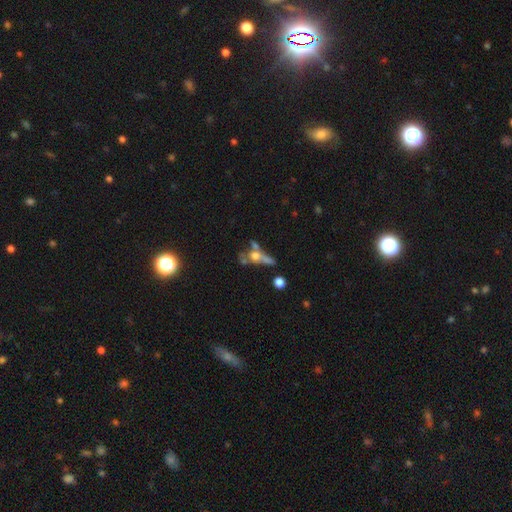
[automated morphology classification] A featured or disk galaxy (47%).

Vote fractions:
- Smooth or featured? featured or disk: 47% / smooth: 34% / star or artifact: 19%
- Merging? merger: 34% / none: 33% / major disturbance: 19% / minor disturbance: 13%